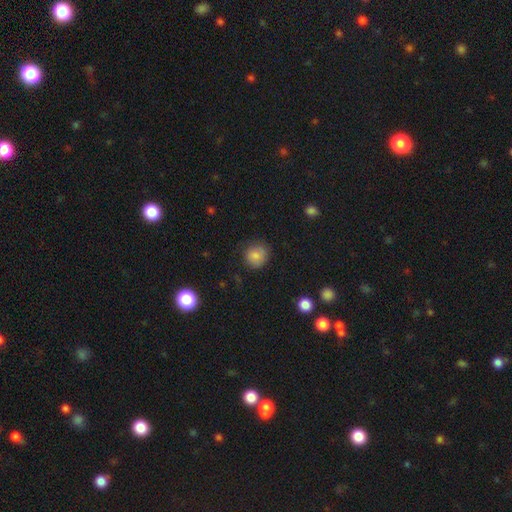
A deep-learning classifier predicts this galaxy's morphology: smooth 82%, star or artifact 10%, featured or disk 7%. Down the decision tree: how rounded — round (84%); merging — none (77%).